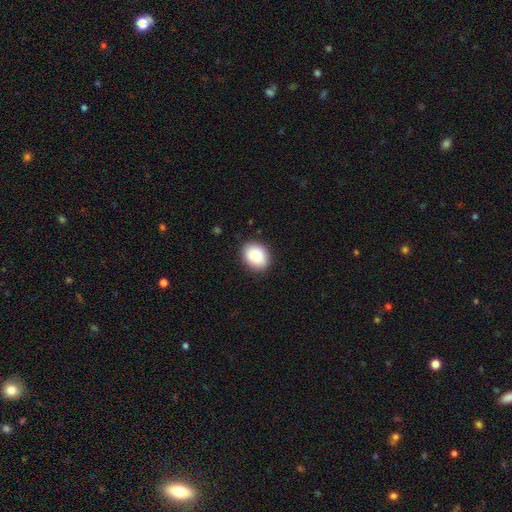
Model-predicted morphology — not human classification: Smooth or featured: smooth — 88% (star or artifact — 7%)
How rounded: in between — 57% (round — 42%)
Merging: none — 87% (minor disturbance — 10%)